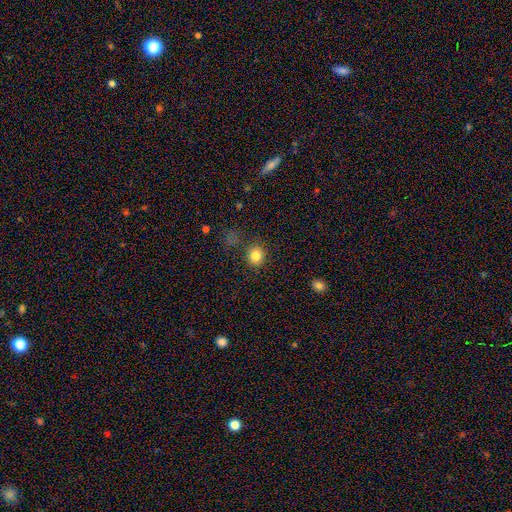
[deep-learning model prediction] A smooth galaxy with no disk features (83%) that is round (82%).

Vote fractions:
- Smooth or featured? smooth: 83% / star or artifact: 11% / featured or disk: 5%
- How rounded? round: 82% / in between: 17% / cigar-shaped: 1%
- Merging? none: 85% / minor disturbance: 9% / major disturbance: 3% / merger: 3%